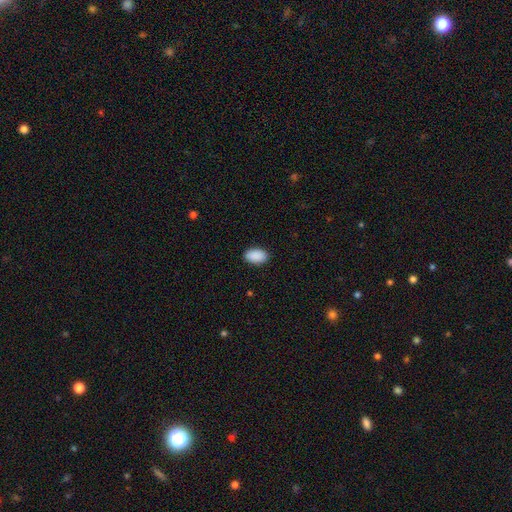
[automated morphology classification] smooth 91%, star or artifact 7%, featured or disk 2%. Down the decision tree: how rounded — in between (94%); merging — none (90%).